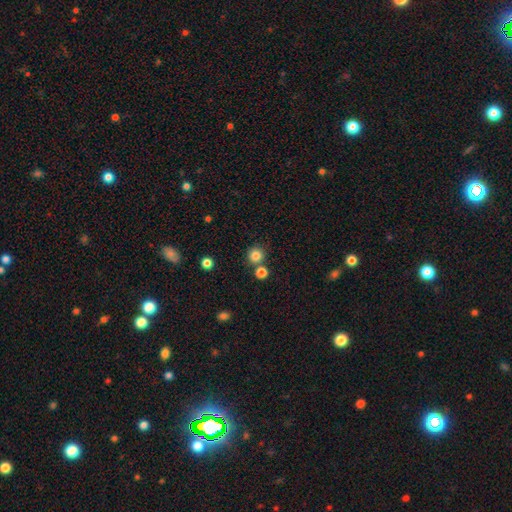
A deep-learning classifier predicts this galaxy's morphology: Smooth or featured? Predicted: smooth (p=0.82). How rounded? Predicted: round (p=0.92). Merging? Predicted: none (p=0.75).